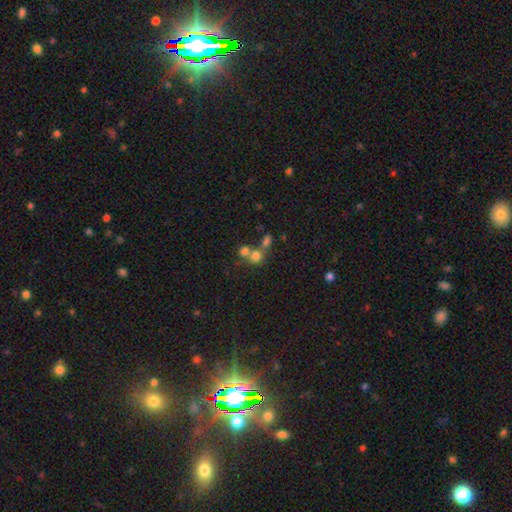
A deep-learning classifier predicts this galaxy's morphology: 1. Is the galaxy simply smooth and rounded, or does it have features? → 70% smooth, 16% star or artifact, 14% featured or disk.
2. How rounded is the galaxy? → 82% round, 17% in between, 1% cigar-shaped.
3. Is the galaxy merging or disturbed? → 50% merger, 38% none, 7% minor disturbance, 5% major disturbance.